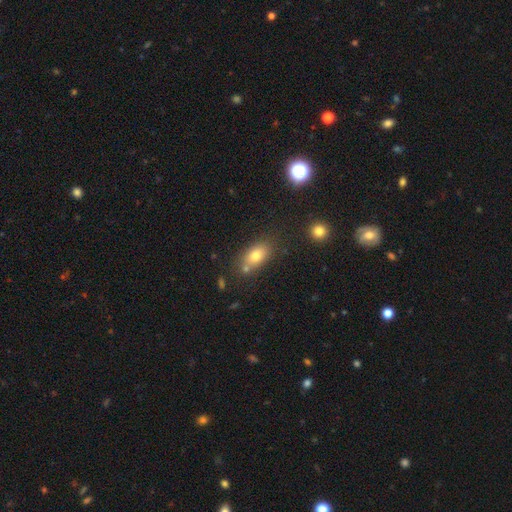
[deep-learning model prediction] Smooth or featured: smooth — 75% (featured or disk — 13%)
How rounded: in between — 81% (round — 14%)
Merging: none — 65% (merger — 16%)